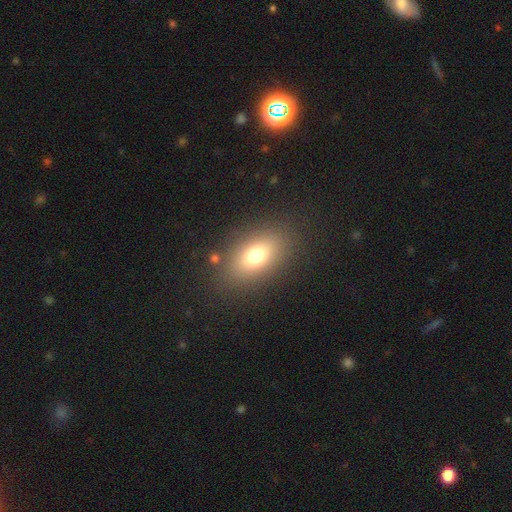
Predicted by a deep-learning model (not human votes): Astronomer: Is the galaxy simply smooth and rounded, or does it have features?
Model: smooth — 74%.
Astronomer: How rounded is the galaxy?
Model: in between — 82%.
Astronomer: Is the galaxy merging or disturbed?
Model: none — 84%.